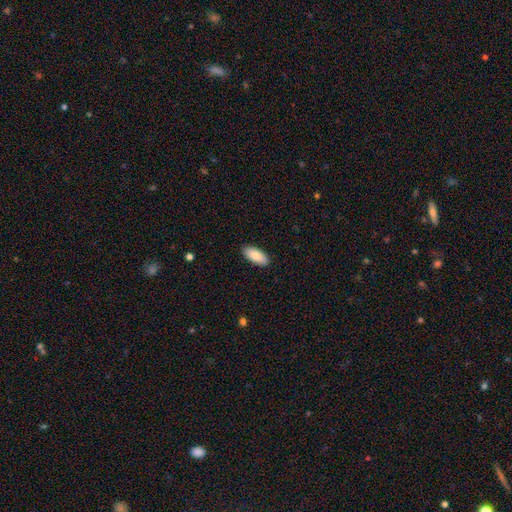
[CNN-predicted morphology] Smooth or featured? smooth (84%)
How rounded? in between (86%)
Merging? none (90%)